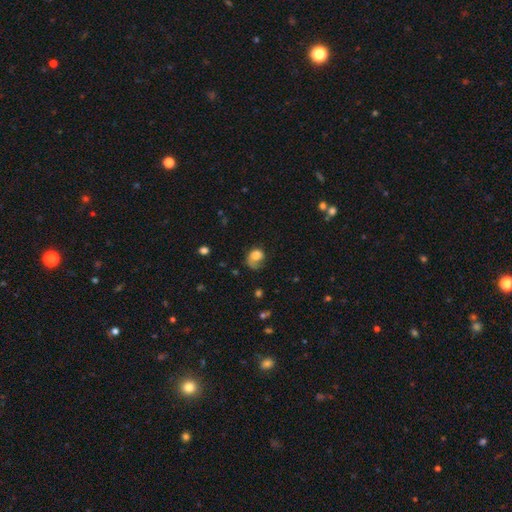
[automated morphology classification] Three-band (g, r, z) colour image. It shows a smooth galaxy with no disk features (70%) that is round (54%). Merging: major disturbance (35%).